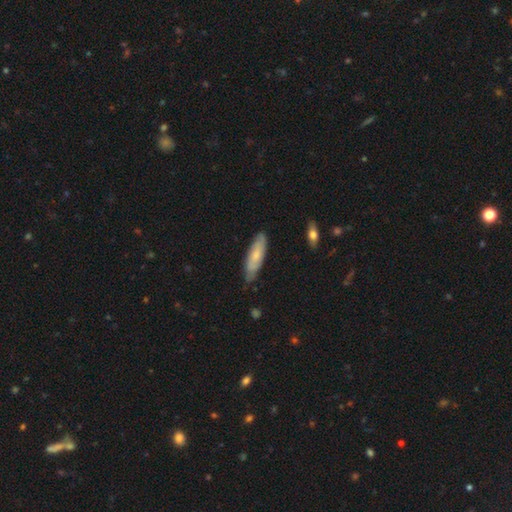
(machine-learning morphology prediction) The model was most divided on "how rounded": cigar-shaped: 55%, in between: 44%, round: 2%. More confident: merging — none (74%); smooth or featured — smooth (57%).